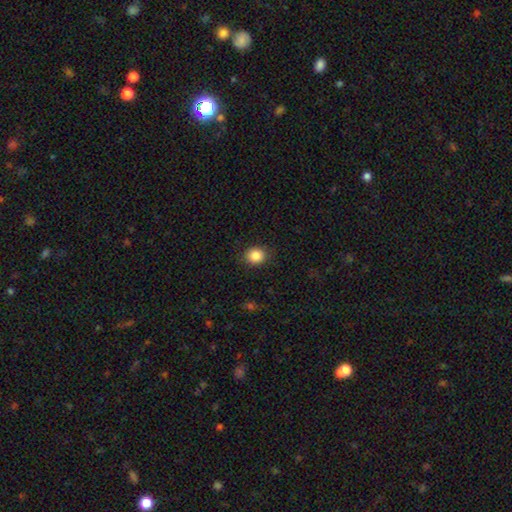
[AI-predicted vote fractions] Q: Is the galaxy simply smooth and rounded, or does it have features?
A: smooth — 86%.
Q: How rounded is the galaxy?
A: round — 69%.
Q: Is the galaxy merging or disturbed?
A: none — 88%.